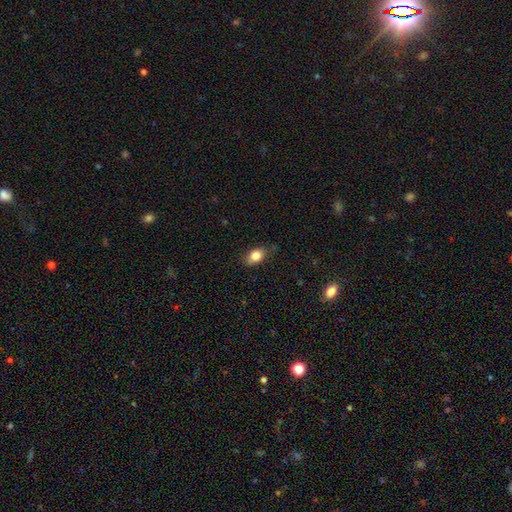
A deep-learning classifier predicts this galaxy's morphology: This is clearly a smooth galaxy (83%). How rounded: clearly in between (81%). Merging: likely none (79%).